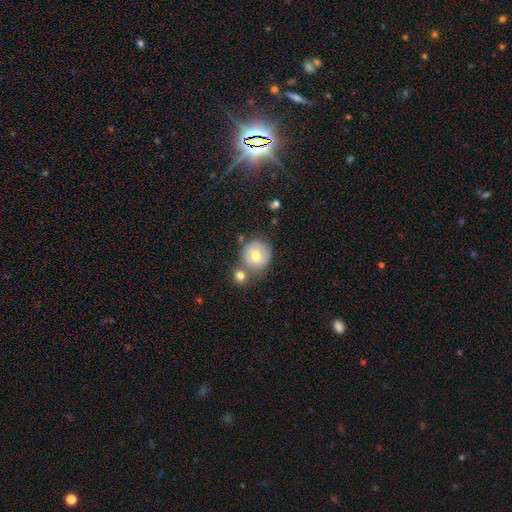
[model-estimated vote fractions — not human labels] A smooth galaxy with no disk features (63%) that is round (88%). Merging: none (57%).